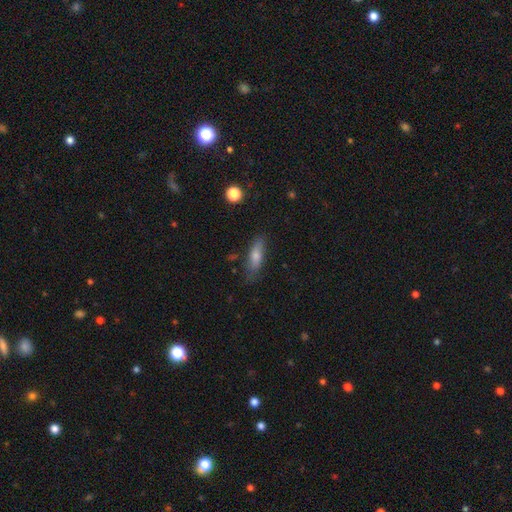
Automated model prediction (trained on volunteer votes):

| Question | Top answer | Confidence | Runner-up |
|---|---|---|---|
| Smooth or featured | smooth | 67% | featured or disk (24%) |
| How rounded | cigar-shaped | 54% | in between (43%) |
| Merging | none | 78% | minor disturbance (17%) |